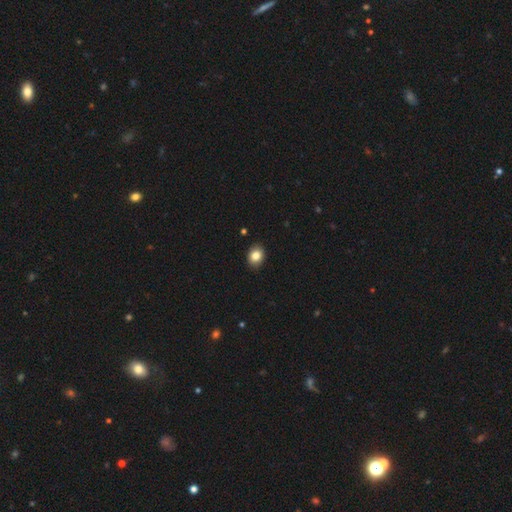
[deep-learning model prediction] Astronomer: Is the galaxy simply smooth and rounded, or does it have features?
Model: smooth — 85%.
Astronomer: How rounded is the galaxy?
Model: in between — 60% (runner-up: round, 39%).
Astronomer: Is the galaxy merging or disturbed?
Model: none — 89%.